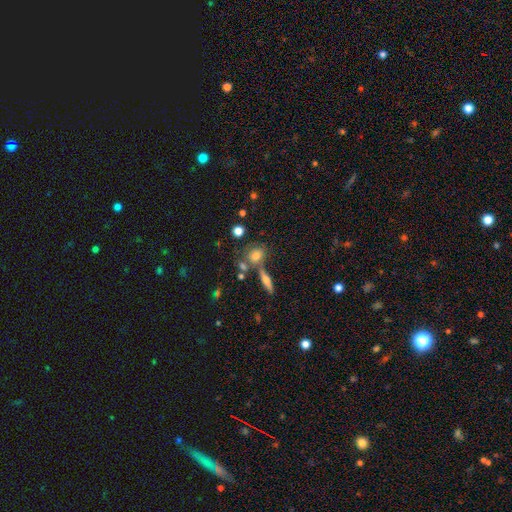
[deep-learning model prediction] smooth-or-featured: smooth: 69% | featured or disk: 18% | star or artifact: 13%
  how-rounded: round: 51% | in between: 42% | cigar-shaped: 7%
  merging: none: 57% | merger: 23% | minor disturbance: 14% | major disturbance: 6%